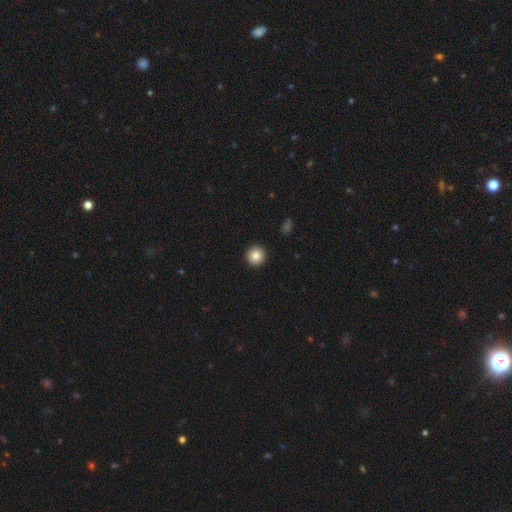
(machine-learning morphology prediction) Smooth or featured?
  - smooth: 86% *
  - star or artifact: 9%
  - featured or disk: 5%
How rounded?
  - round: 95% *
  - in between: 4%
  - cigar-shaped: 1%
Merging?
  - none: 94% *
  - minor disturbance: 4%
  - major disturbance: 1%
  - merger: 1%